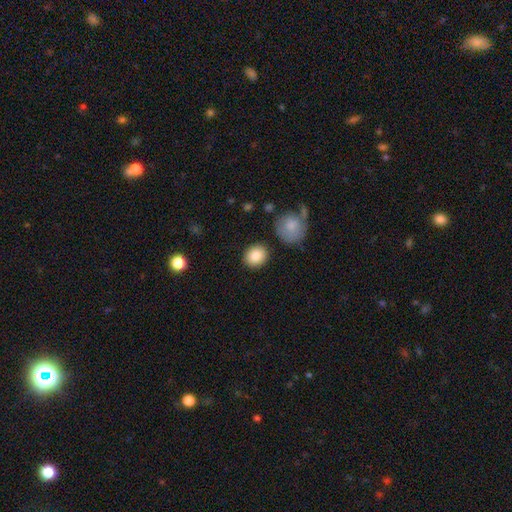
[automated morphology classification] Overall: smooth (86%). How rounded: round (74%). Merging: none (87%).